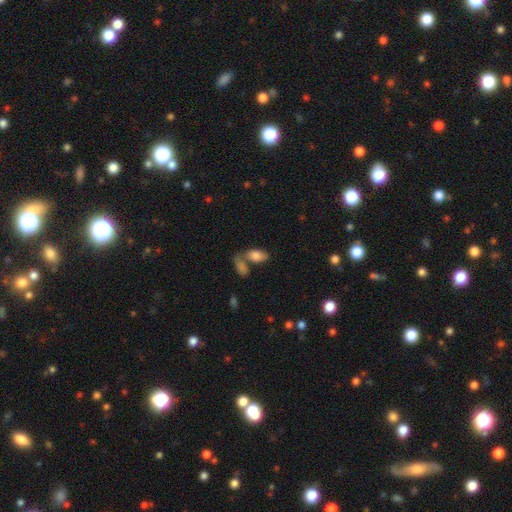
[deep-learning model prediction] The model was most divided on "merging": none: 40%, merger: 37%, minor disturbance: 15%, major disturbance: 8%. More confident: how rounded — in between (90%); smooth or featured — smooth (76%).